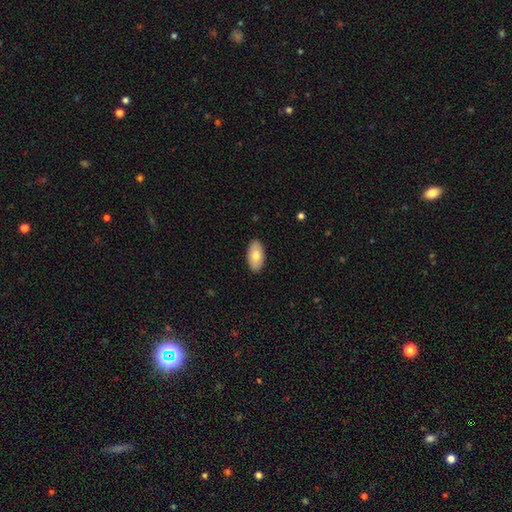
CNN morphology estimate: Smooth or featured? Predicted: smooth (p=0.74). How rounded? Predicted: in between (p=0.95). Merging? Predicted: none (p=0.89).